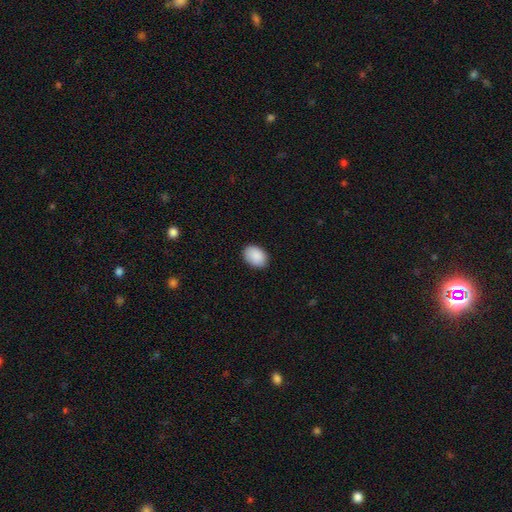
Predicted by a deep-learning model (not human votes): smooth-or-featured: smooth: 90% | star or artifact: 6% | featured or disk: 3%
  how-rounded: in between: 80% | round: 19% | cigar-shaped: 1%
  merging: none: 87% | minor disturbance: 10% | major disturbance: 2% | merger: 1%